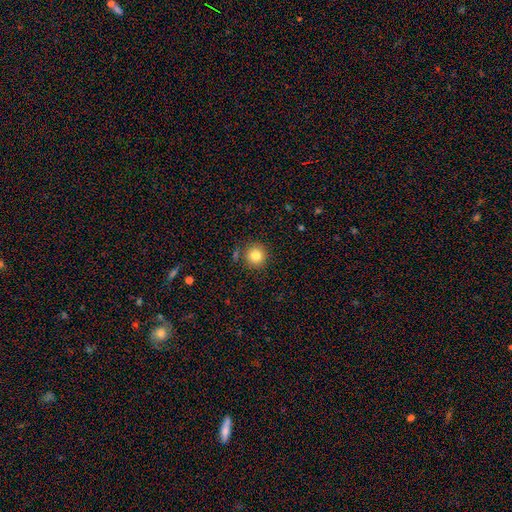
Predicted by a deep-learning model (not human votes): Morphology: type=smooth (83%); roundness=round (94%); merging=none (84%).